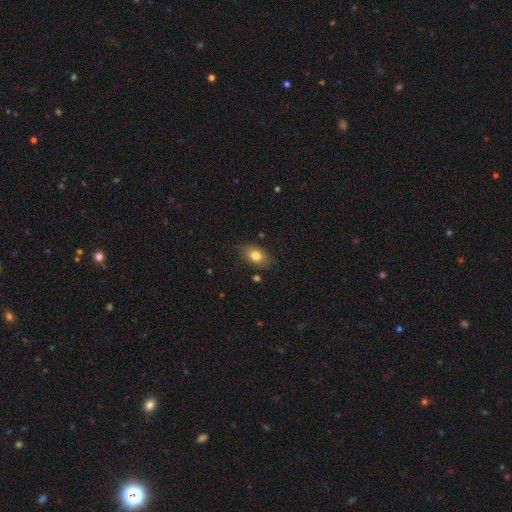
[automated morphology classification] type=smooth (81%); roundness=in between (84%); merging=none (80%).